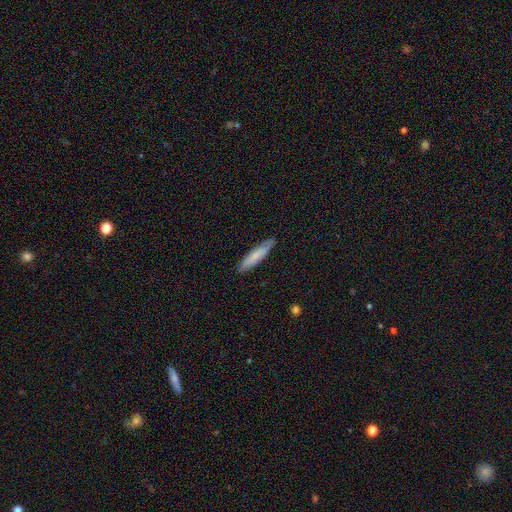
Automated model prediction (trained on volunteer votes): This is likely a smooth galaxy (72%). How rounded: clearly cigar-shaped (85%). Merging: clearly none (87%).